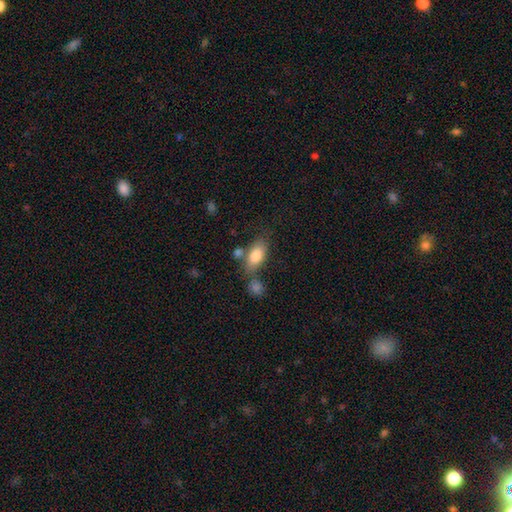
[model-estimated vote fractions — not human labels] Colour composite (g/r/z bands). It shows a smooth galaxy with no disk features (81%) that is in between round and cigar-shaped (88%). Merging: none (62%).